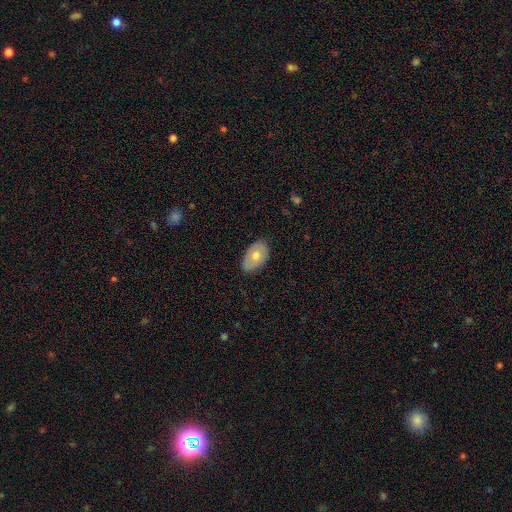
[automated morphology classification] smooth-or-featured: smooth: 60% | featured or disk: 33% | star or artifact: 7%
  how-rounded: in between: 89% | round: 10% | cigar-shaped: 1%
  merging: none: 83% | minor disturbance: 14% | major disturbance: 2% | merger: 1%